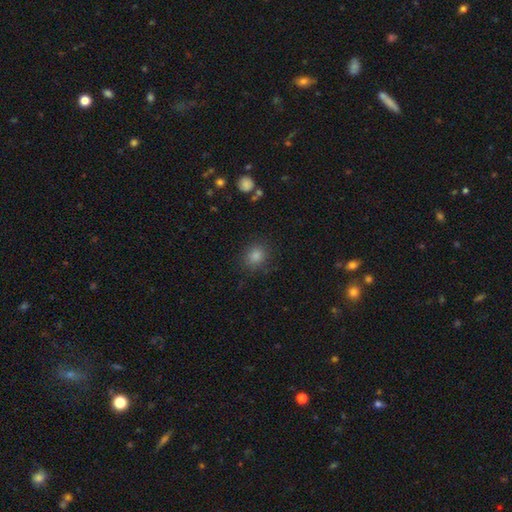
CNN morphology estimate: Smooth or featured?
  - smooth: 79% *
  - star or artifact: 16%
  - featured or disk: 5%
How rounded?
  - round: 80% *
  - in between: 19%
  - cigar-shaped: 1%
Merging?
  - none: 87% *
  - minor disturbance: 8%
  - major disturbance: 3%
  - merger: 1%